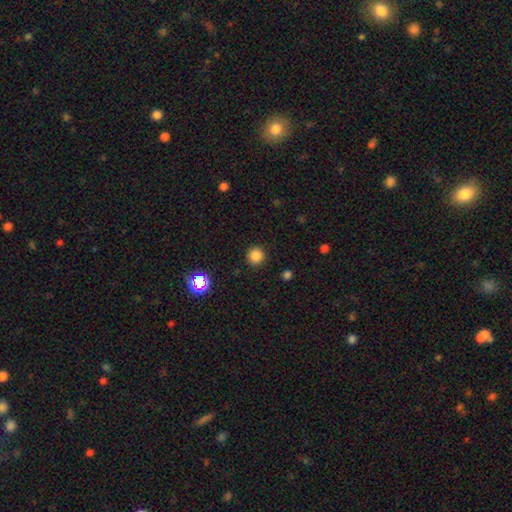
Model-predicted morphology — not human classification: This appears to be a smooth galaxy with no disk features (83%) that is round (94%). Merging: none (92%).